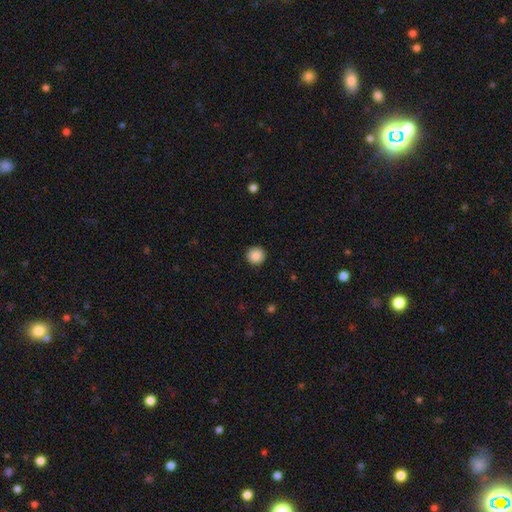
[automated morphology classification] type=smooth (86%); roundness=round (96%); merging=none (93%).